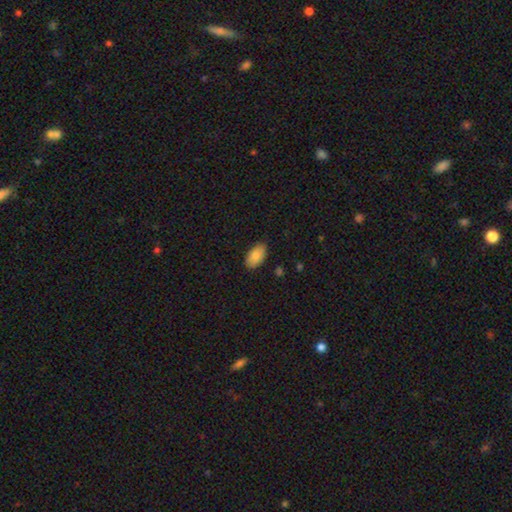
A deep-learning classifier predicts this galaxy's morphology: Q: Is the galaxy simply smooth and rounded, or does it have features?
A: smooth — 87%.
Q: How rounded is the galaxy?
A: in between — 95%.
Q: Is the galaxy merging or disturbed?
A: none — 84%.